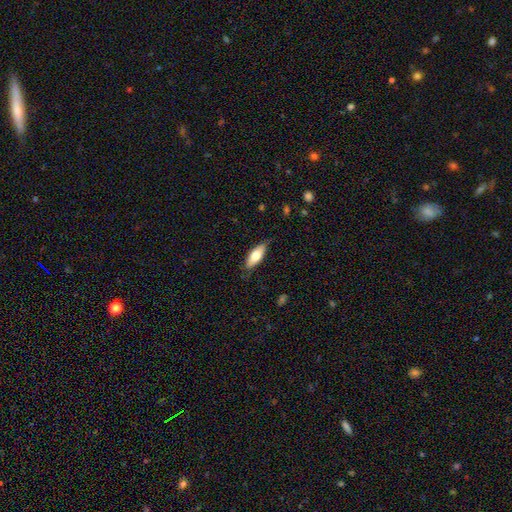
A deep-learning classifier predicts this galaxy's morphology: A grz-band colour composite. It shows a smooth galaxy with no disk features (67%) that is in between round and cigar-shaped (69%). Merging: none (79%).